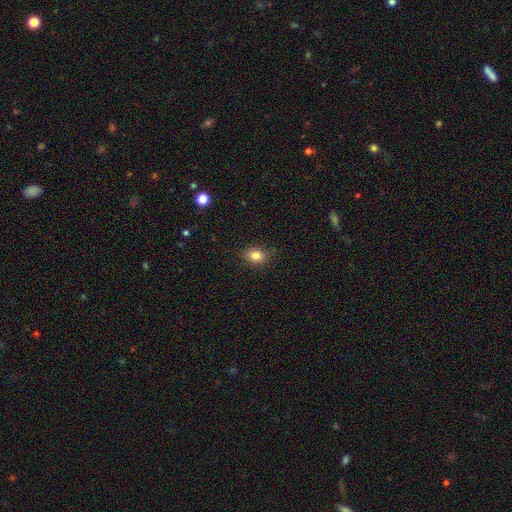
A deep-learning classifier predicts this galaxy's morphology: Q: Smooth or featured?
A: smooth (83%); runner-up: star or artifact (10%)
Q: How rounded?
A: in between (62%); runner-up: round (37%)
Q: Merging?
A: none (86%); runner-up: minor disturbance (11%)